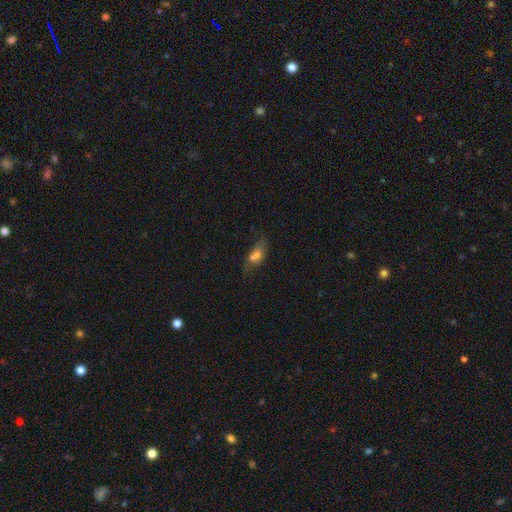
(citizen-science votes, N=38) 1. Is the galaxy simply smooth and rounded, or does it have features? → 50% featured or disk, 42% smooth, 8% star or artifact.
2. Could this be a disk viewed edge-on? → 74% no, 26% yes.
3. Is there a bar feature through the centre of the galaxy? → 64% no, 21% weak, 14% strong.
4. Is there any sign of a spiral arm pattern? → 64% no, 36% yes.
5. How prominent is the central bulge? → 64% moderate, 29% large, 7% small, 0% dominant, 0% none.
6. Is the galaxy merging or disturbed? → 46% none, 37% merger, 11% minor disturbance, 6% major disturbance.